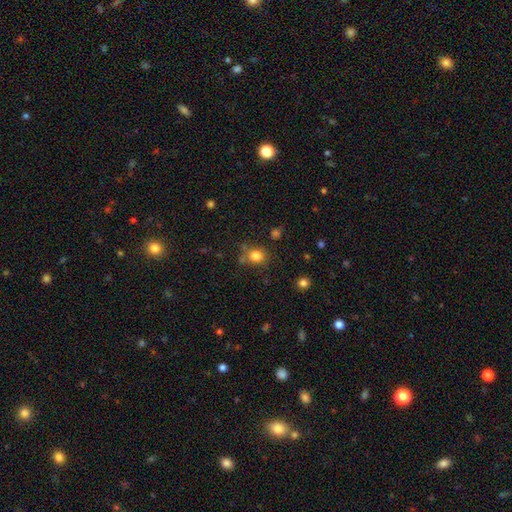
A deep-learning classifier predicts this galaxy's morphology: type=smooth (81%); roundness=round (70%); merging=none (72%).